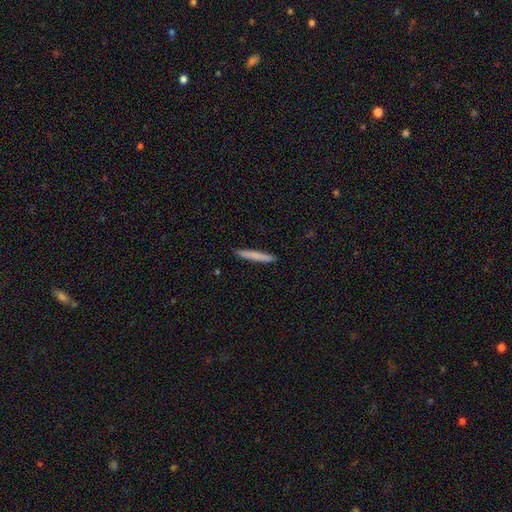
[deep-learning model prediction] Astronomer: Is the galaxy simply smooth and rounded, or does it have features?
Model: smooth — 75%.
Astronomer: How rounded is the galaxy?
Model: cigar-shaped — 96%.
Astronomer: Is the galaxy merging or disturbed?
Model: none — 92%.